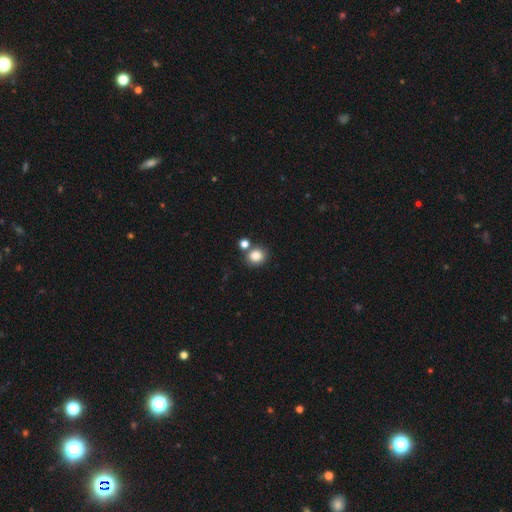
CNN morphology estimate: This is clearly a smooth galaxy (84%). How rounded: likely round (79%). Merging: likely none (70%).